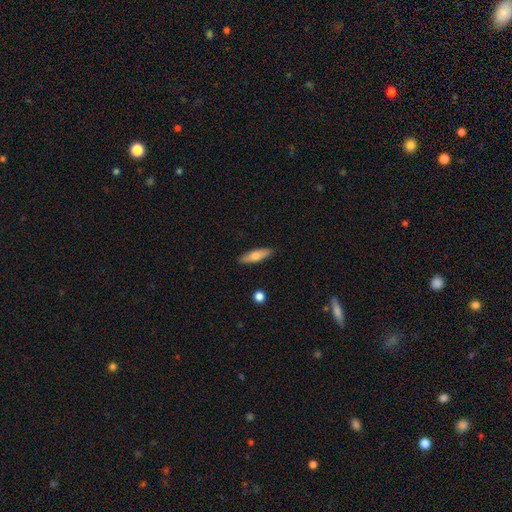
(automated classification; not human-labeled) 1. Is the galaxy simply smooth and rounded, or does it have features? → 67% smooth, 27% featured or disk, 6% star or artifact.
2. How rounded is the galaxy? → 63% cigar-shaped, 35% in between, 2% round.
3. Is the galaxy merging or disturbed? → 89% none, 8% minor disturbance, 2% major disturbance, 1% merger.